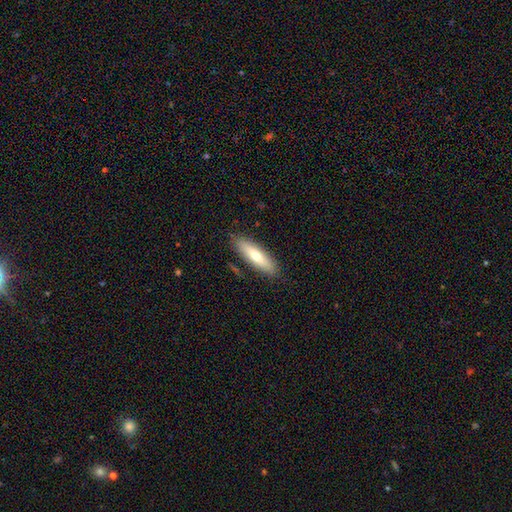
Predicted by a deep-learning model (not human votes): Smooth or featured? smooth (64%)
How rounded? cigar-shaped (59%)
Merging? none (87%)